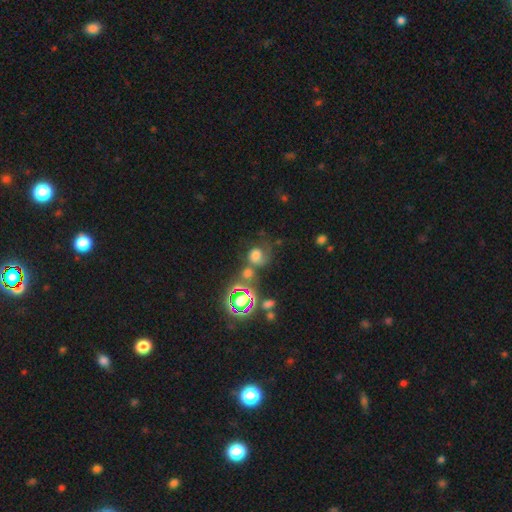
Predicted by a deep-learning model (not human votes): Overall: smooth (55%; star or artifact 23%). How rounded: round (75%). Merging: none (38%; merger 27%).